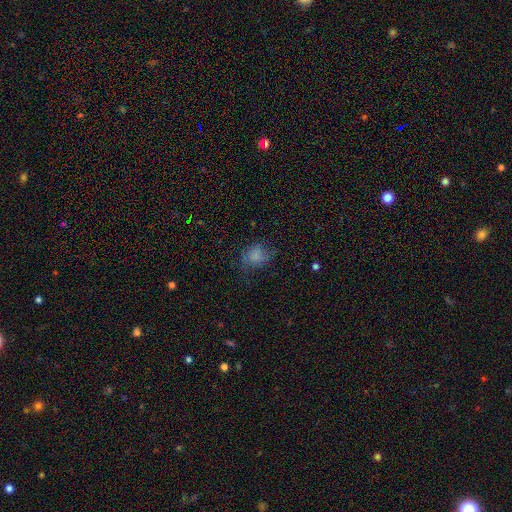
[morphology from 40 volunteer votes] This appears to be a smooth galaxy with no disk features (72%) that is round (59%). Merging: none (53%).